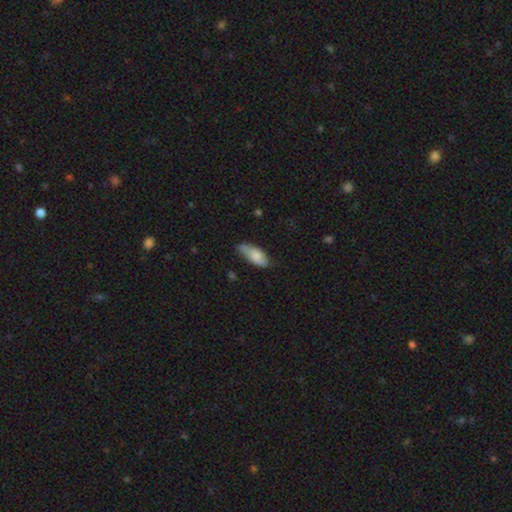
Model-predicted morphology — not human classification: type=smooth (77%); roundness=in between (84%); merging=none (47%).